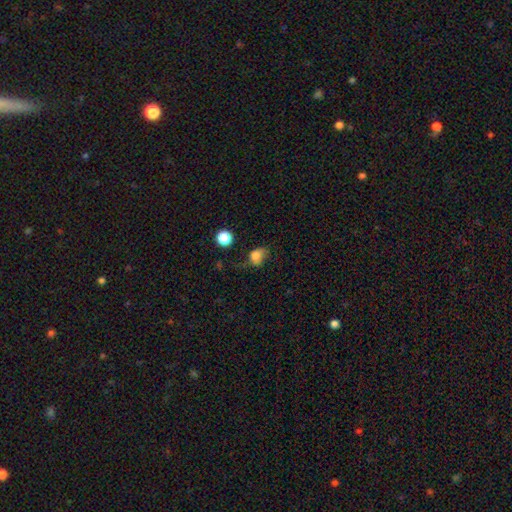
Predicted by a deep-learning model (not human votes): Q: Smooth or featured?
A: smooth (75%); runner-up: star or artifact (13%)
Q: How rounded?
A: in between (54%); runner-up: round (45%)
Q: Merging?
A: none (41%); runner-up: minor disturbance (33%)